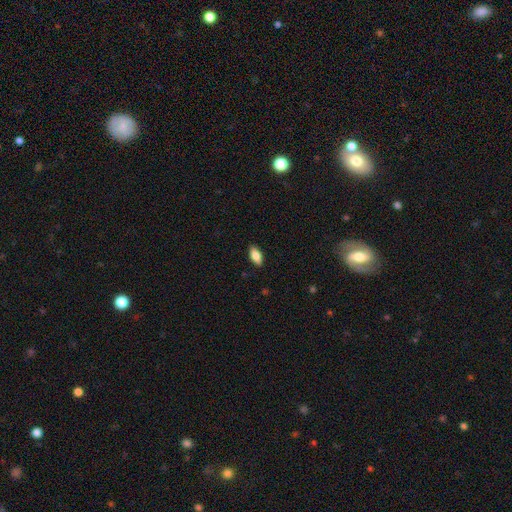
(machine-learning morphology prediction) type=smooth (79%); roundness=in between (87%); merging=none (88%).